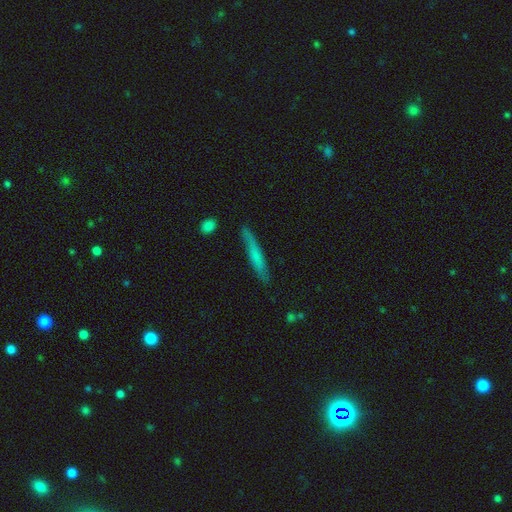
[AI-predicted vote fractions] The model was most divided on "smooth or featured": smooth: 59%, featured or disk: 35%, star or artifact: 6%. More confident: how rounded — cigar-shaped (94%); merging — none (82%).